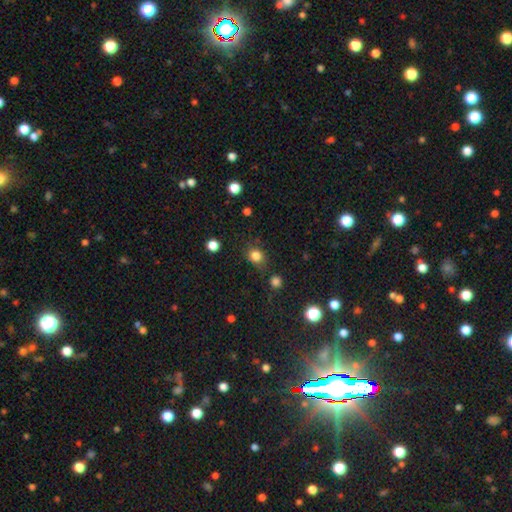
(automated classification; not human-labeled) Smooth or featured? smooth (80%)
How rounded? round (72%)
Merging? none (73%)